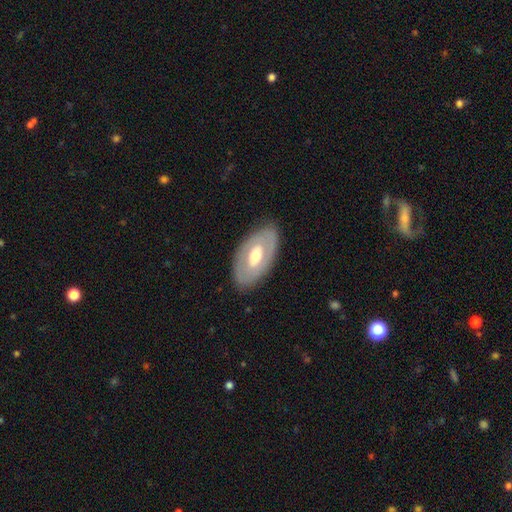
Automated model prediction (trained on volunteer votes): smooth-or-featured: featured or disk: 59% | smooth: 36% | star or artifact: 5%
  disk-edge-on: no: 88% | yes: 12%
    bar: no: 57% | weak: 30% | strong: 13%
    has-spiral-arms: no: 76% | yes: 24%
    bulge-size: moderate: 67% | small: 16% | large: 15% | dominant: 1% | none: 1%
  merging: none: 83% | minor disturbance: 12% | major disturbance: 4% | merger: 1%